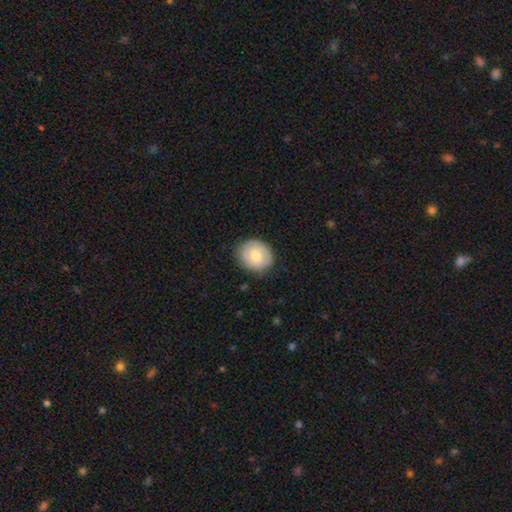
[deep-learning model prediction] A smooth galaxy with no disk features (62%) that is round (68%). Merging: none (83%).